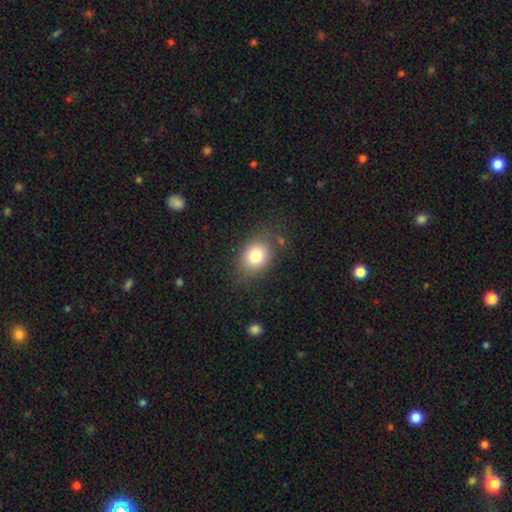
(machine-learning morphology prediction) This is likely a smooth galaxy (79%). How rounded: possibly in between (53%). Merging: likely none (77%).